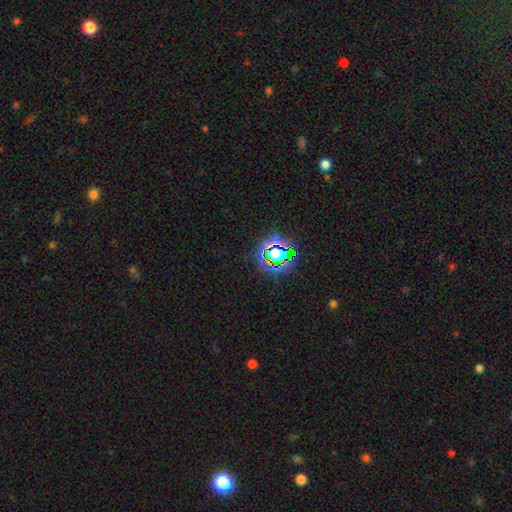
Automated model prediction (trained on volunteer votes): smooth-or-featured: star or artifact: 77% | smooth: 14% | featured or disk: 8%